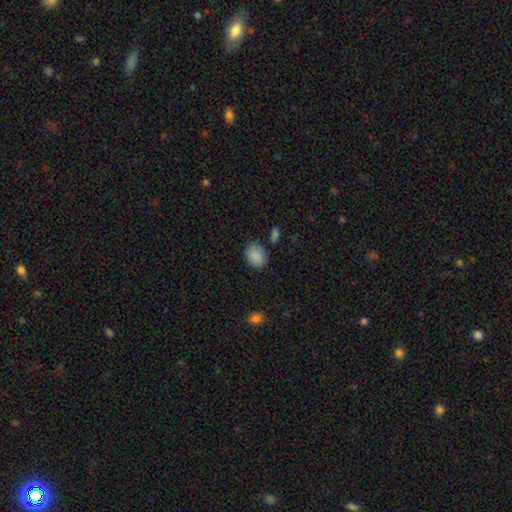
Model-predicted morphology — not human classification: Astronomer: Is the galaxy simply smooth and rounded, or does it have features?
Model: smooth — 88%.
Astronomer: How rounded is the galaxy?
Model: in between — 69%.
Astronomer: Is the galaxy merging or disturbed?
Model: none — 78%.